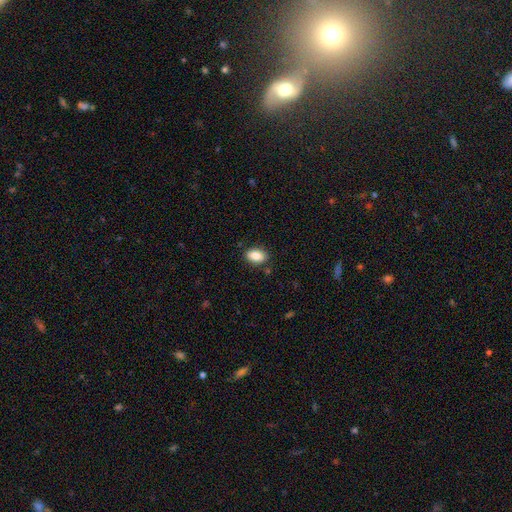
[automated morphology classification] Overall: smooth (87%). How rounded: in between (89%). Merging: none (87%).